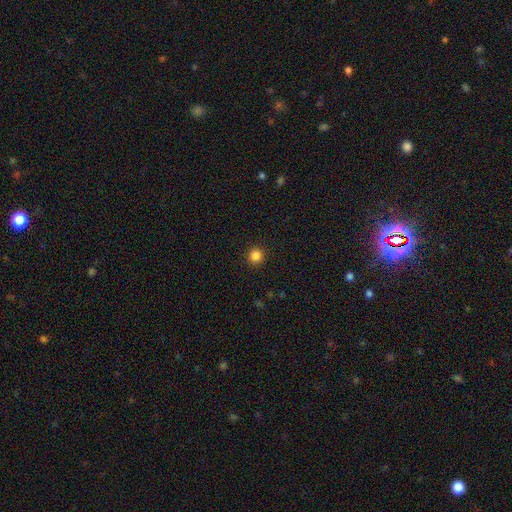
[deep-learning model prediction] This is clearly a smooth galaxy (85%). How rounded: clearly round (95%). Merging: clearly none (93%).